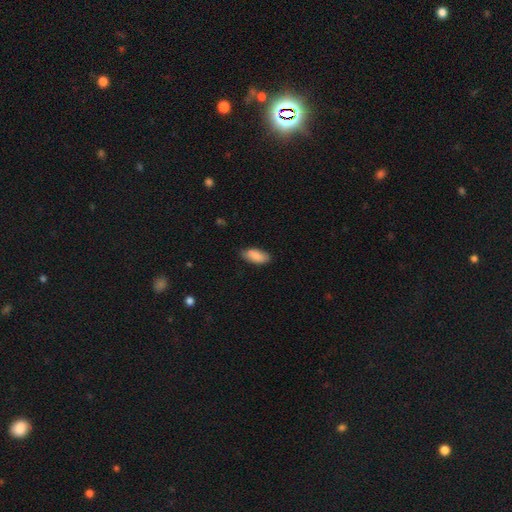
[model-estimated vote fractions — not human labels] Smooth or featured? Predicted: smooth (p=0.87). How rounded? Predicted: in between (p=0.90). Merging? Predicted: none (p=0.82).